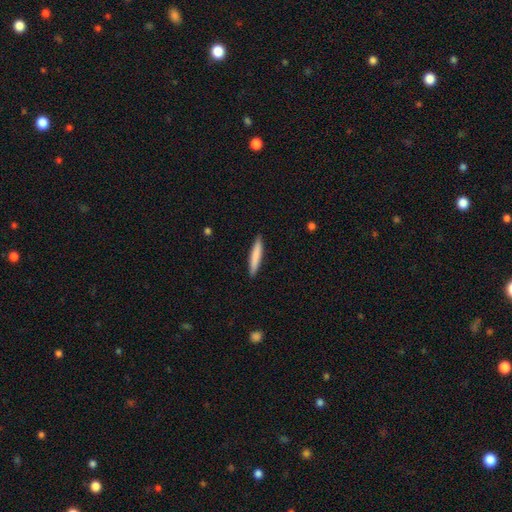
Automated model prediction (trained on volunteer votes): This is likely a smooth galaxy (79%). How rounded: clearly cigar-shaped (92%). Merging: clearly none (90%).